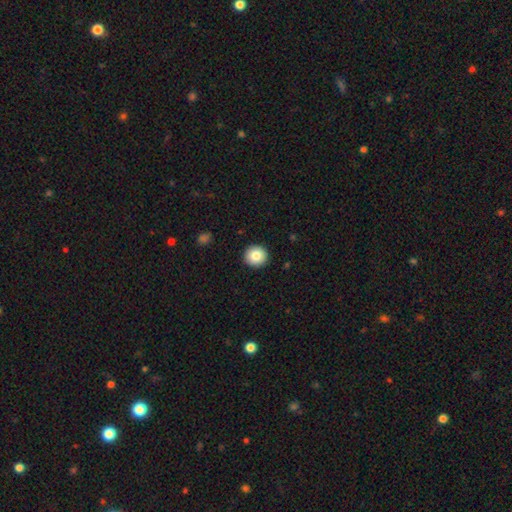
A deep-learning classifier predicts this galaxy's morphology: smooth 83%, star or artifact 8%, featured or disk 8%. Down the decision tree: how rounded — round (94%); merging — none (93%).